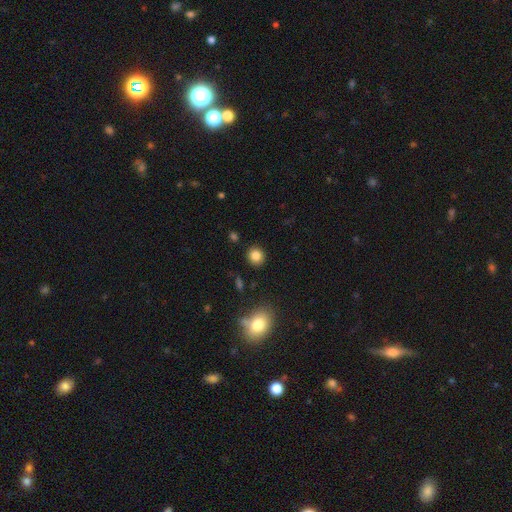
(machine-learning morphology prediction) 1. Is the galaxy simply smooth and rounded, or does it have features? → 84% smooth, 10% star or artifact, 5% featured or disk.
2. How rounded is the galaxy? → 84% round, 15% in between, 1% cigar-shaped.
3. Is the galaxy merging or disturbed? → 90% none, 6% minor disturbance, 2% major disturbance, 2% merger.